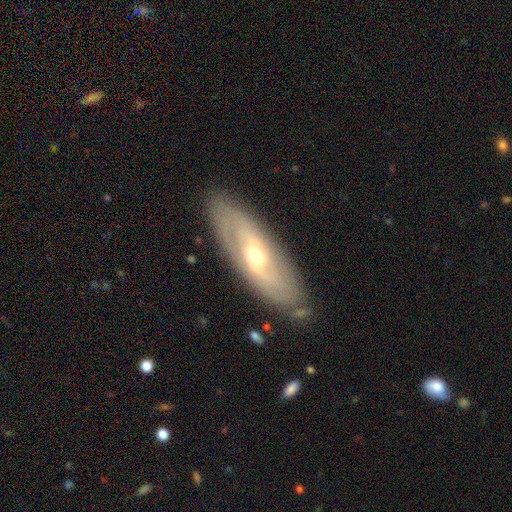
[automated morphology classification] This is likely a featured or disk galaxy (68%). It is likely not viewed edge-on (79%). Bar: possibly no (50%). Spiral arm pattern: likely yes (63%). Central bulge: possibly moderate (55%). Merging: clearly none (83%).